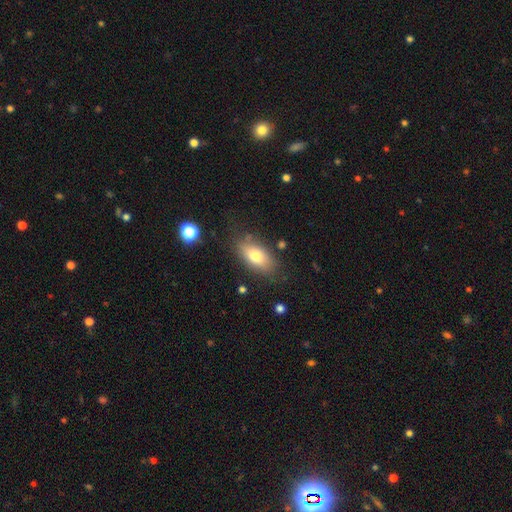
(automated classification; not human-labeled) smooth 74%, featured or disk 18%, star or artifact 8%. Down the decision tree: how rounded — in between (87%); merging — none (77%).